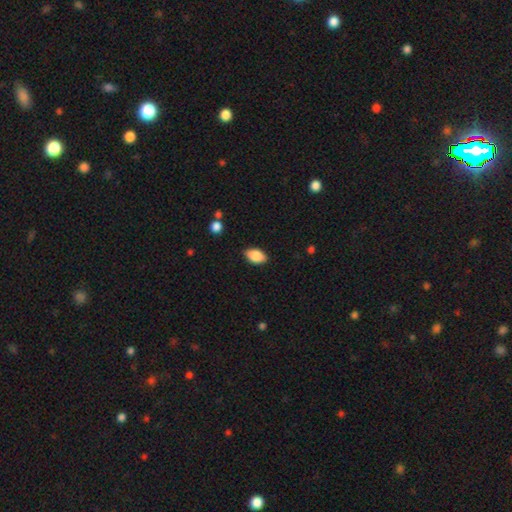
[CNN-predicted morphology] Smooth or featured?
  - smooth: 86% *
  - star or artifact: 7%
  - featured or disk: 7%
How rounded?
  - in between: 91% *
  - round: 7%
  - cigar-shaped: 2%
Merging?
  - none: 85% *
  - minor disturbance: 11%
  - major disturbance: 2%
  - merger: 1%